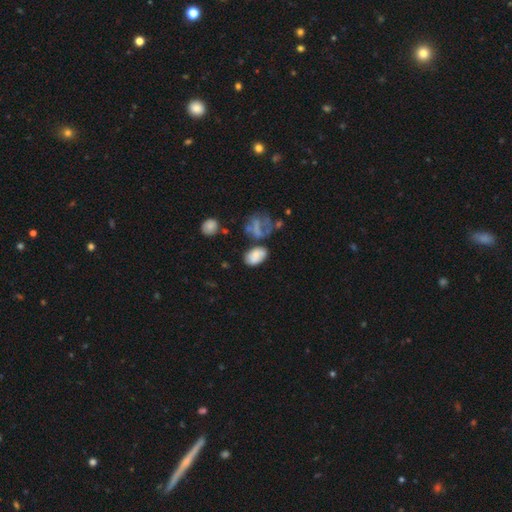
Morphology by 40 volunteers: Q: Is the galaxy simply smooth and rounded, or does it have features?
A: smooth — 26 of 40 (65%).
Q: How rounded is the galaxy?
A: in between — 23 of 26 (88%).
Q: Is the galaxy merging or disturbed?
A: none — 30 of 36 (83%).